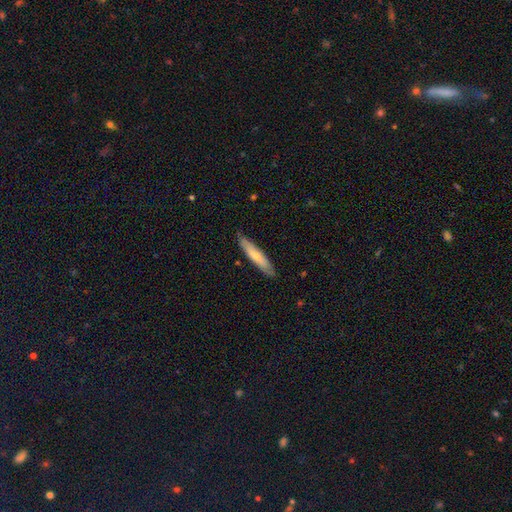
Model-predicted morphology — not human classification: A smooth galaxy with no disk features (61%) that is cigar-shaped (87%).

Vote fractions:
- Smooth or featured? smooth: 61% / featured or disk: 34% / star or artifact: 5%
- How rounded? cigar-shaped: 87% / in between: 12% / round: 1%
- Merging? none: 85% / minor disturbance: 12% / major disturbance: 2% / merger: 1%